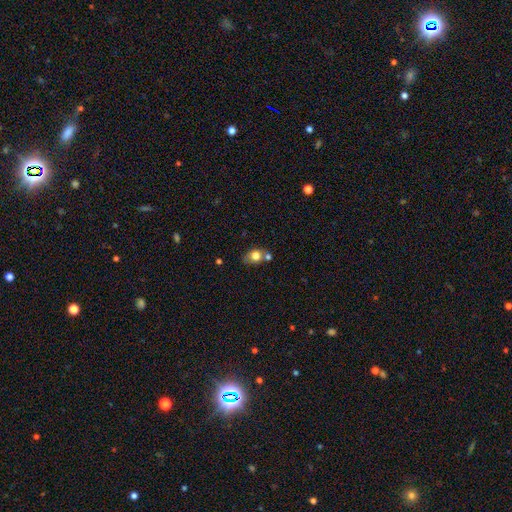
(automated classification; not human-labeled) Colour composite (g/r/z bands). It shows a smooth galaxy with no disk features (76%) that is in between round and cigar-shaped (52%). Merging: none (52%).